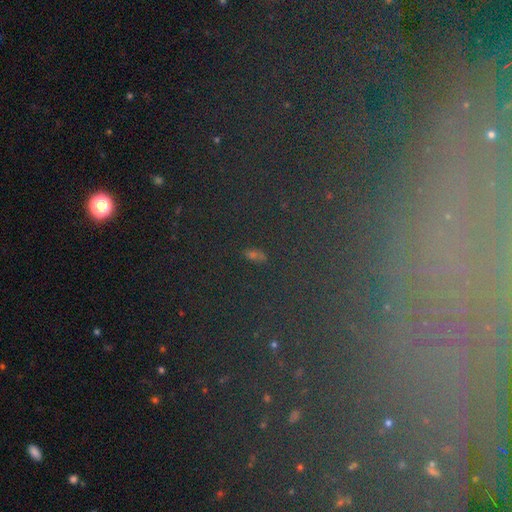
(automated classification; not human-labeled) This is possibly a star or artifact rather than a galaxy (58%).